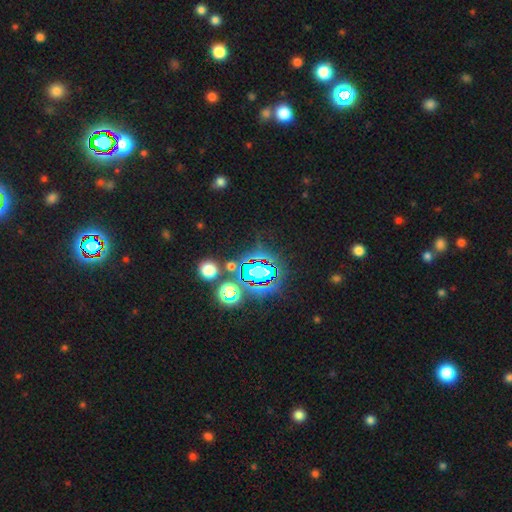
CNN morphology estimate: This appears to be a star or artifact, not a galaxy (72%).